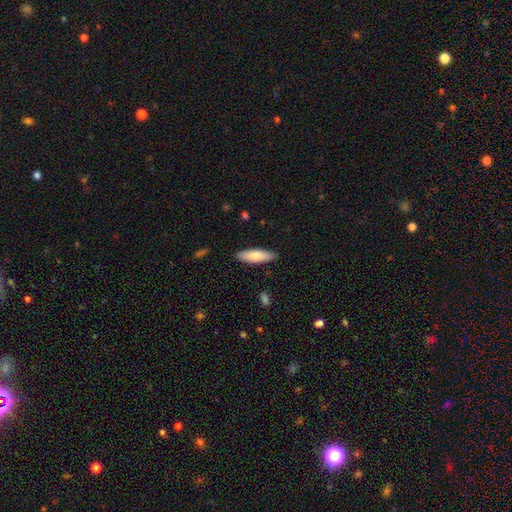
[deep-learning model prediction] smooth-or-featured: smooth: 77% | featured or disk: 18% | star or artifact: 5%
  how-rounded: cigar-shaped: 52% | in between: 46% | round: 2%
  merging: none: 87% | minor disturbance: 10% | major disturbance: 2% | merger: 1%